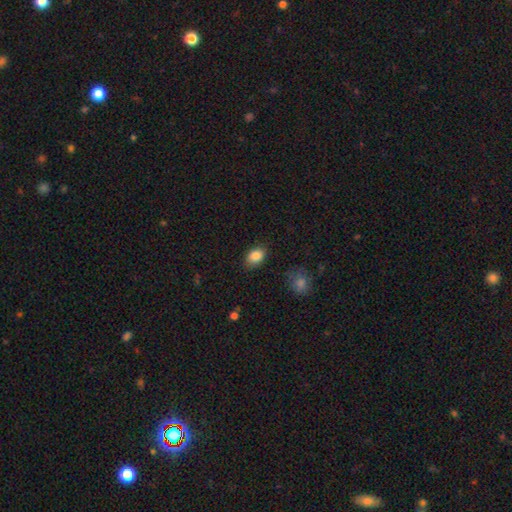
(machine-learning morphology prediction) Smooth or featured?
  - smooth: 85% *
  - star or artifact: 8%
  - featured or disk: 7%
How rounded?
  - in between: 81% *
  - round: 18%
  - cigar-shaped: 1%
Merging?
  - none: 82% *
  - minor disturbance: 14%
  - major disturbance: 3%
  - merger: 1%